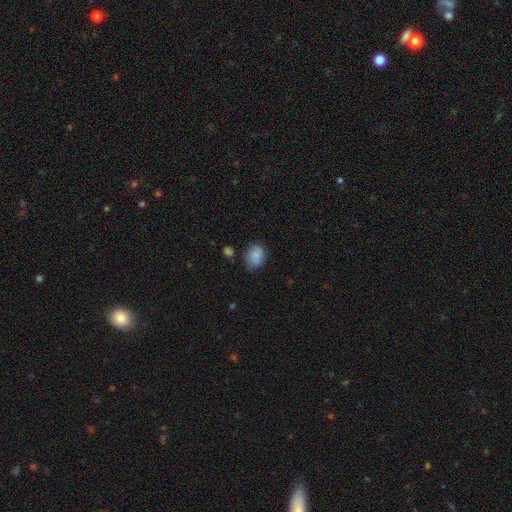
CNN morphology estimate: type=smooth (81%); roundness=in between (52%); merging=none (67%).